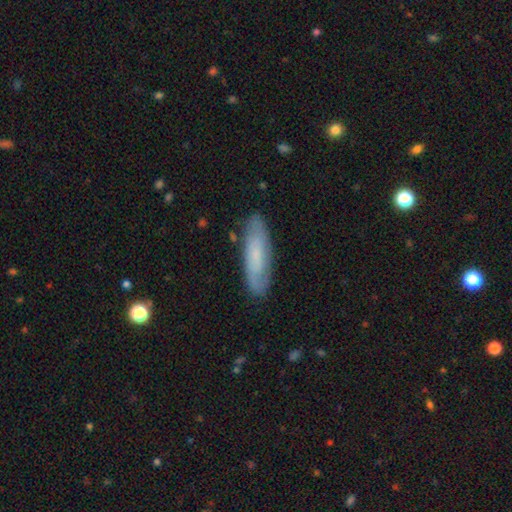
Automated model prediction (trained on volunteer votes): smooth 54%, featured or disk 39%, star or artifact 7%. Down the decision tree: how rounded — cigar-shaped (62%); merging — none (83%).